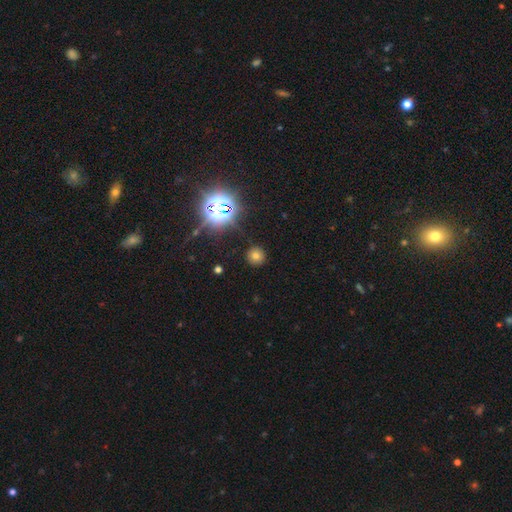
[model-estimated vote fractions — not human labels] smooth-or-featured: smooth: 66% | star or artifact: 25% | featured or disk: 9%
  how-rounded: round: 93% | in between: 6% | cigar-shaped: 1%
  merging: none: 89% | minor disturbance: 7% | major disturbance: 2% | merger: 1%